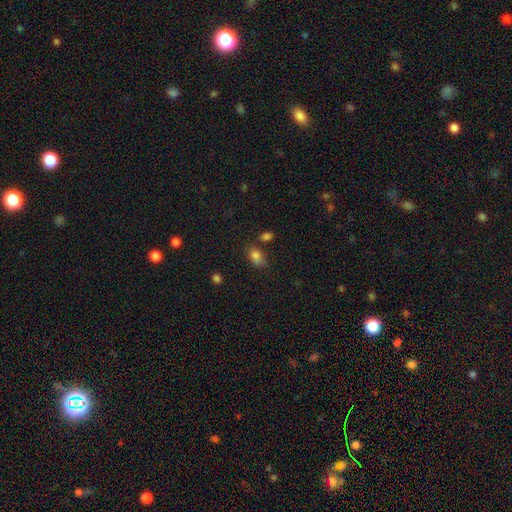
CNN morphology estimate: Overall: smooth (80%). How rounded: in between (83%). Merging: none (57%; minor disturbance 23%).